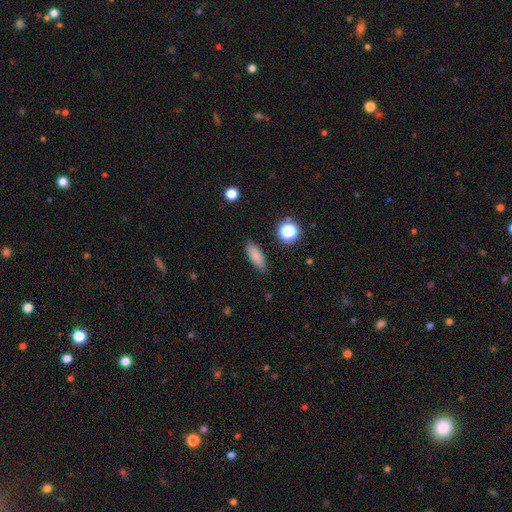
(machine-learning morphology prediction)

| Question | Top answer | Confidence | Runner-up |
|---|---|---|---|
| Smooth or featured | smooth | 82% | star or artifact (10%) |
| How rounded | in between | 63% | cigar-shaped (33%) |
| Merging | none | 86% | minor disturbance (10%) |